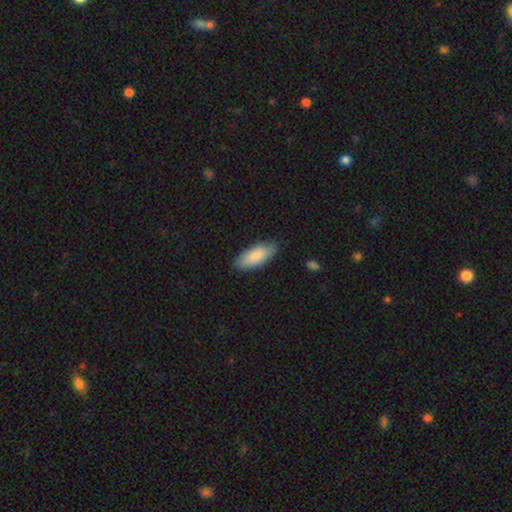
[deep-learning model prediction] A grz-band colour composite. It shows a smooth galaxy with no disk features (84%) that is in between round and cigar-shaped (83%). Merging: none (82%).